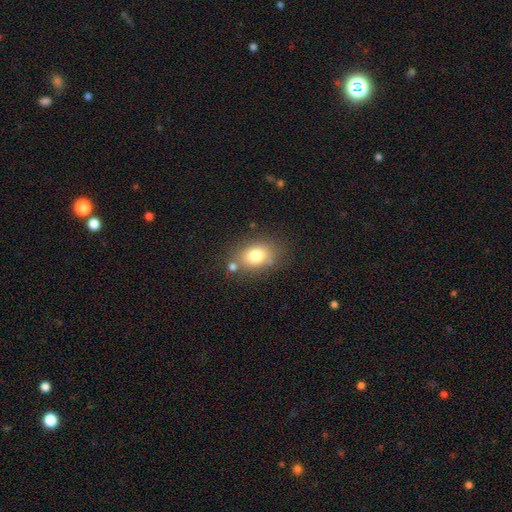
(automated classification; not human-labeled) Overall: smooth (78%). How rounded: in between (72%). Merging: none (71%).